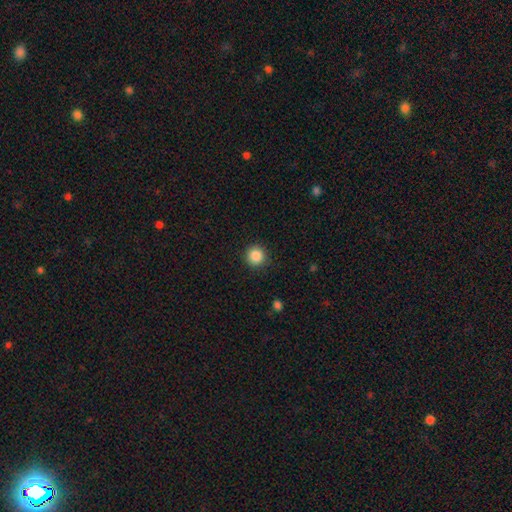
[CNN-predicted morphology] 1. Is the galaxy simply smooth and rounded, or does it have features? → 87% smooth, 10% star or artifact, 3% featured or disk.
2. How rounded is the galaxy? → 95% round, 4% in between, 1% cigar-shaped.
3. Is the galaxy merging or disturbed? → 91% none, 6% minor disturbance, 2% major disturbance, 1% merger.